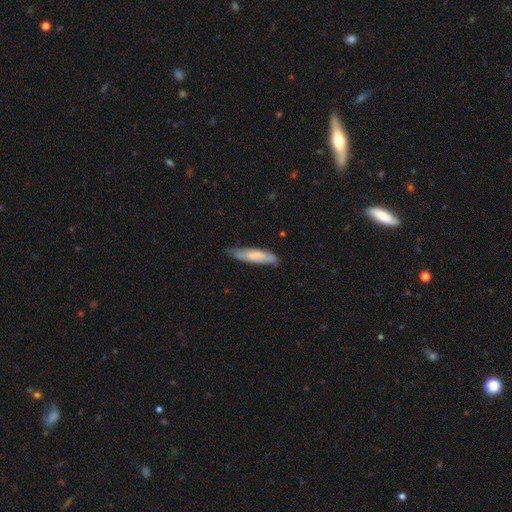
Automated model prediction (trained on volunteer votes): Smooth or featured: smooth — 65% (featured or disk — 30%)
How rounded: cigar-shaped — 75% (in between — 24%)
Merging: none — 67% (minor disturbance — 26%)